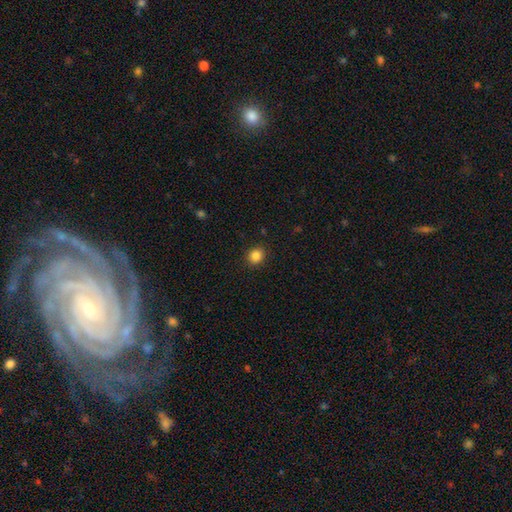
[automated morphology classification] This is clearly a smooth galaxy (86%). How rounded: clearly round (80%). Merging: clearly none (89%).